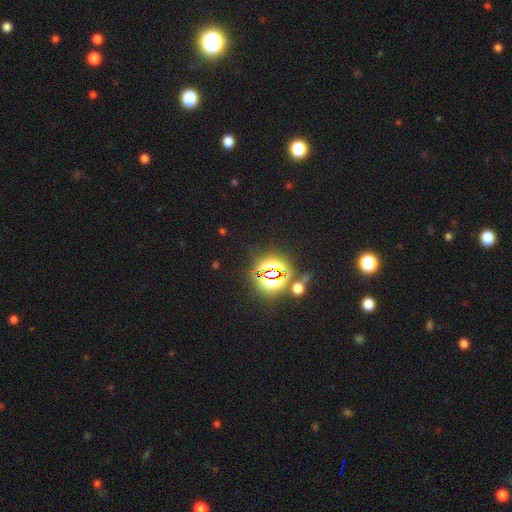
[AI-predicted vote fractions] This appears to be a star or artifact, not a galaxy (81%).